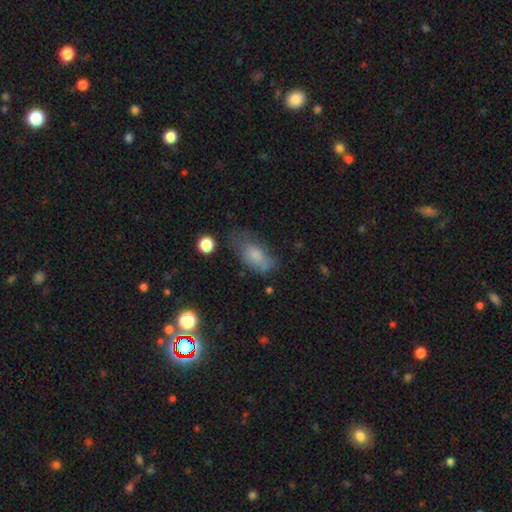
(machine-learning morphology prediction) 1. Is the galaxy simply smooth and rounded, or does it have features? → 74% smooth, 16% featured or disk, 10% star or artifact.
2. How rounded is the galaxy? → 87% in between, 7% cigar-shaped, 6% round.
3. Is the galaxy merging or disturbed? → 46% none, 32% minor disturbance, 18% major disturbance, 3% merger.